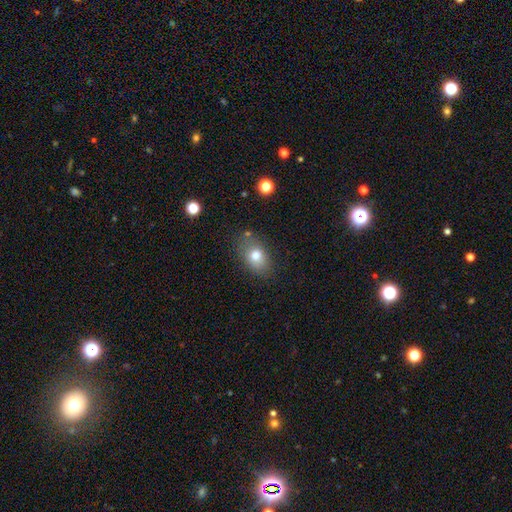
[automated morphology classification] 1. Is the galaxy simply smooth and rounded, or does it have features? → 77% smooth, 13% featured or disk, 10% star or artifact.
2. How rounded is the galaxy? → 79% in between, 19% round, 1% cigar-shaped.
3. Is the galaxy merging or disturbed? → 74% none, 18% minor disturbance, 5% major disturbance, 3% merger.